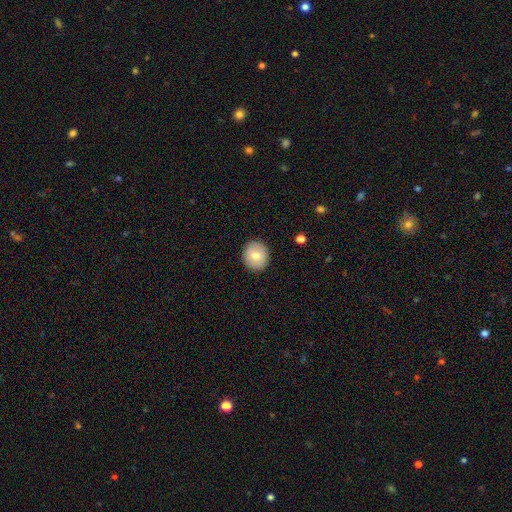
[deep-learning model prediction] smooth_or_featured: smooth (p=0.76) [alt: featured or disk p=0.16]
how_rounded: round (p=0.82) [alt: in between p=0.17]
merging: none (p=0.90) [alt: minor disturbance p=0.07]